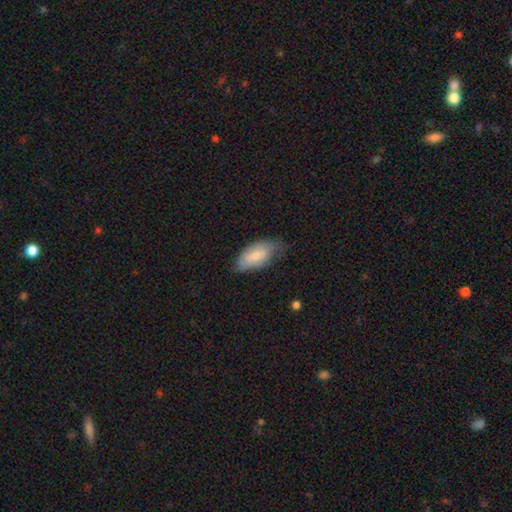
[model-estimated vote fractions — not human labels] The model was most divided on "merging": none: 52%, minor disturbance: 38%, major disturbance: 8%, merger: 1%. More confident: how rounded — in between (91%); smooth or featured — smooth (74%).